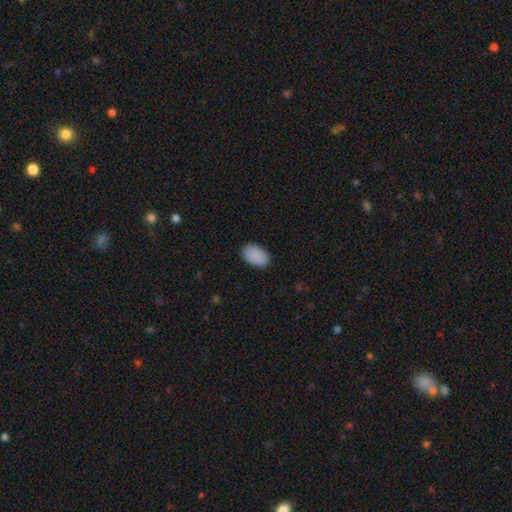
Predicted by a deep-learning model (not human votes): Morphology: type=smooth (89%); roundness=in between (91%); merging=none (85%).